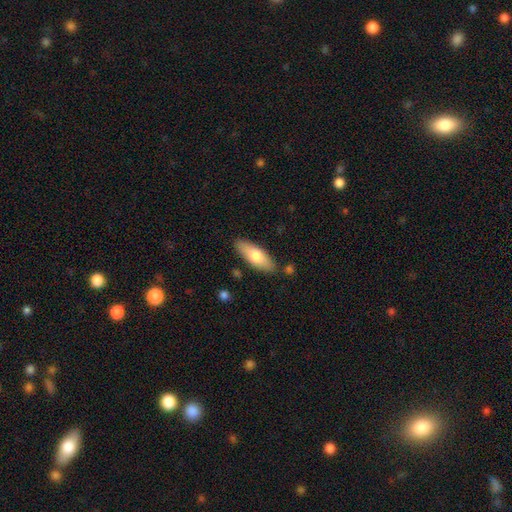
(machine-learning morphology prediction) Q: Smooth or featured?
A: smooth (71%); runner-up: featured or disk (24%)
Q: How rounded?
A: in between (67%); runner-up: cigar-shaped (31%)
Q: Merging?
A: none (85%); runner-up: minor disturbance (11%)